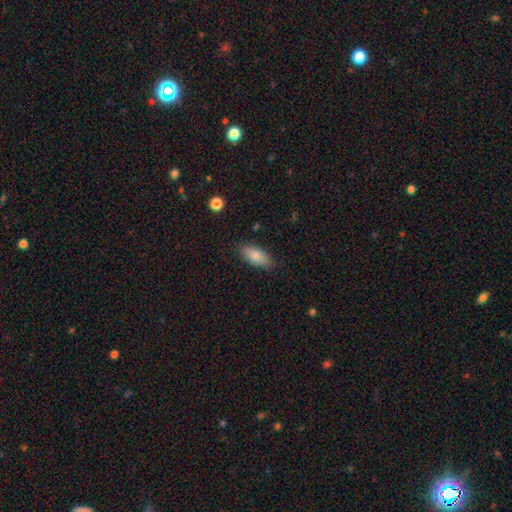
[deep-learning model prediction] Smooth or featured? Predicted: smooth (p=0.84). How rounded? Predicted: in between (p=0.86). Merging? Predicted: none (p=0.85).